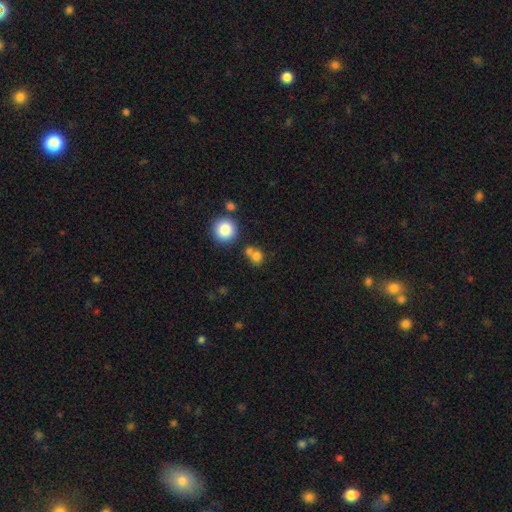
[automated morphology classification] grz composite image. It shows a smooth galaxy with no disk features (78%) that is round (75%). Merging: none (48%).